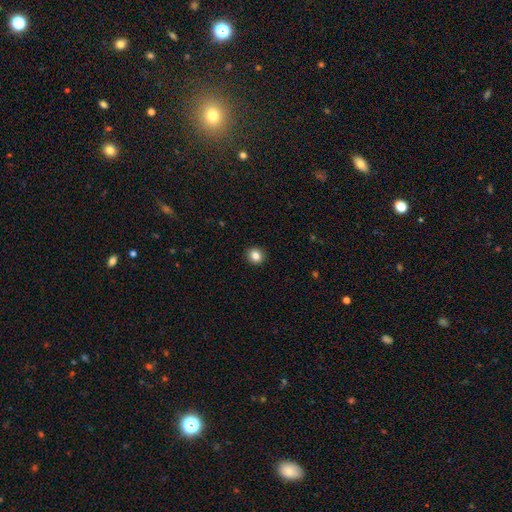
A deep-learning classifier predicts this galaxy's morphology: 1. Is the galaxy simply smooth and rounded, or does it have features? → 84% smooth, 10% star or artifact, 6% featured or disk.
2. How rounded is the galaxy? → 90% round, 9% in between, 1% cigar-shaped.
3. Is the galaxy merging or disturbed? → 93% none, 5% minor disturbance, 2% major disturbance, 1% merger.